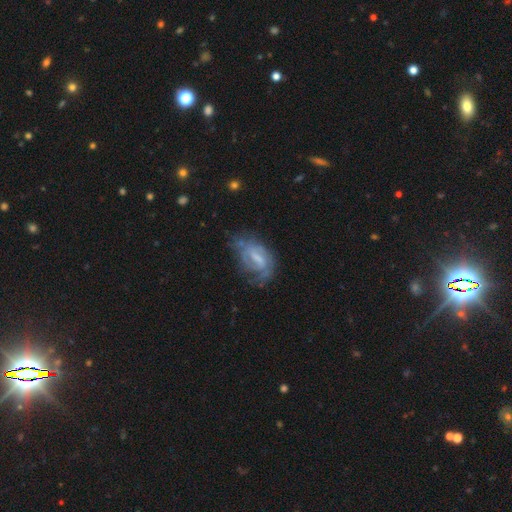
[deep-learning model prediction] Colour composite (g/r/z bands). It shows a featured or disk galaxy (56%) with a weak bar (46%), spiral arms (63%) and a small central bulge (35%). Merging: none (46%).